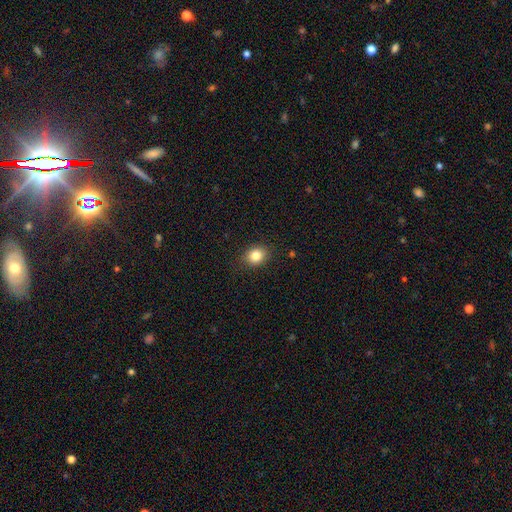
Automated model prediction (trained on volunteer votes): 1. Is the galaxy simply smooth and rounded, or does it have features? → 83% smooth, 10% star or artifact, 6% featured or disk.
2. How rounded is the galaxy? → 57% round, 42% in between, 1% cigar-shaped.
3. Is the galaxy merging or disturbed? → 87% none, 9% minor disturbance, 2% major disturbance, 1% merger.